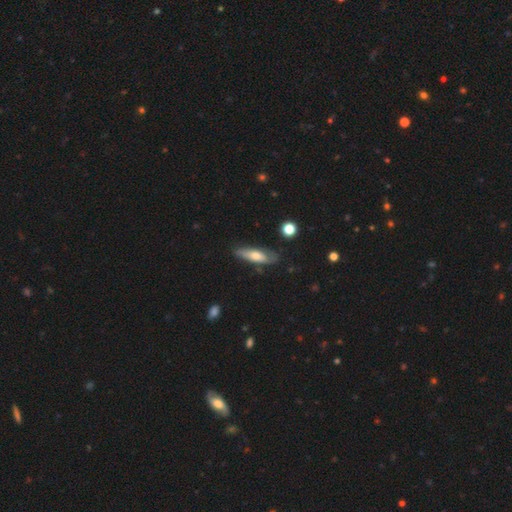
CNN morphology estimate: Q: Smooth or featured?
A: smooth (54%); runner-up: featured or disk (40%)
Q: How rounded?
A: cigar-shaped (56%); runner-up: in between (41%)
Q: Merging?
A: none (73%); runner-up: minor disturbance (20%)